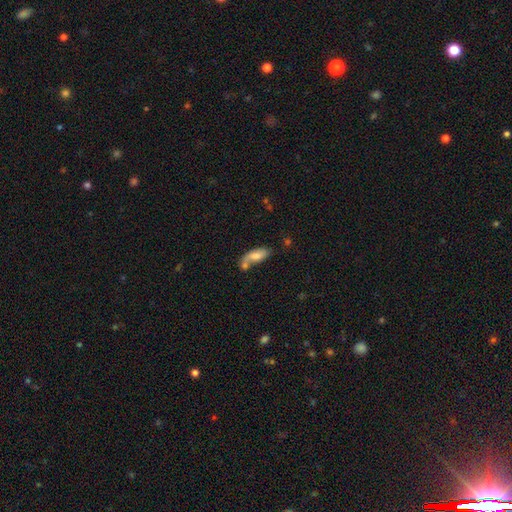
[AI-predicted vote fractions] Morphology: type=smooth (72%); roundness=in between (74%); merging=merger (37%).